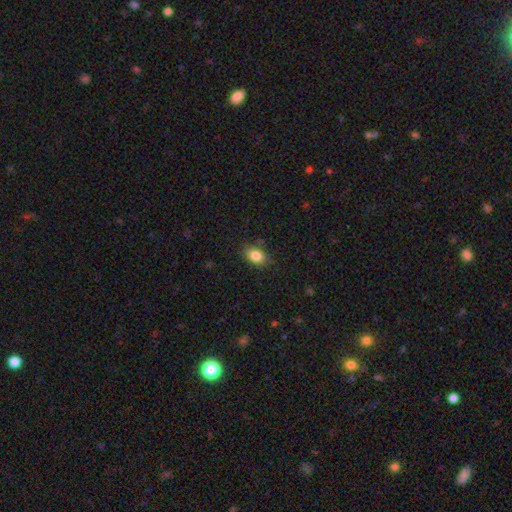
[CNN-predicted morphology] Smooth or featured: smooth — 85% (star or artifact — 9%)
How rounded: in between — 81% (round — 18%)
Merging: none — 82% (minor disturbance — 14%)